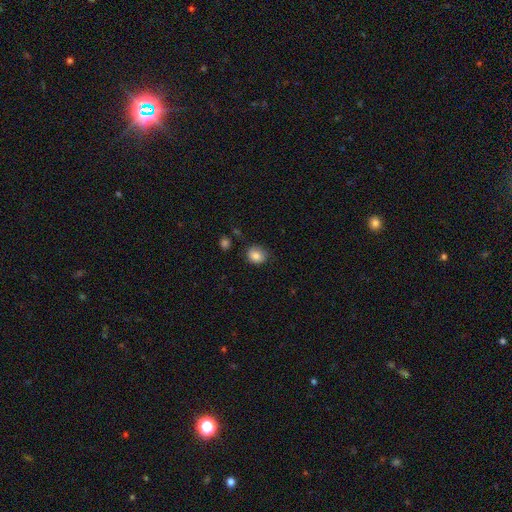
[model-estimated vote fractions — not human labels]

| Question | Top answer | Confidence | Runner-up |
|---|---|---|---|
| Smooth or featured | smooth | 85% | star or artifact (9%) |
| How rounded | round | 65% | in between (34%) |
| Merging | none | 72% | minor disturbance (21%) |